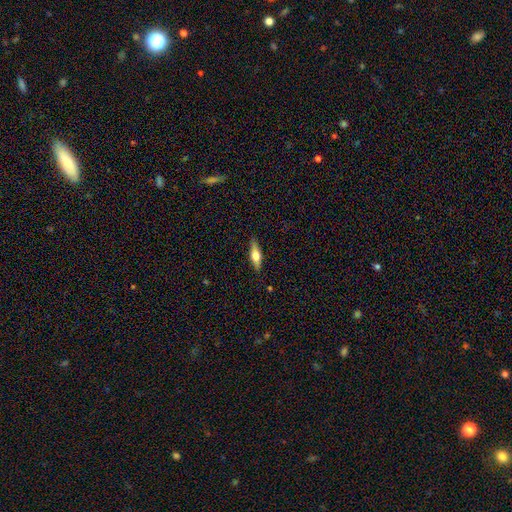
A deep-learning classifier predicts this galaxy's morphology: smooth_or_featured: featured or disk (p=0.47) [alt: smooth p=0.46]
merging: none (p=0.88) [alt: minor disturbance p=0.09]